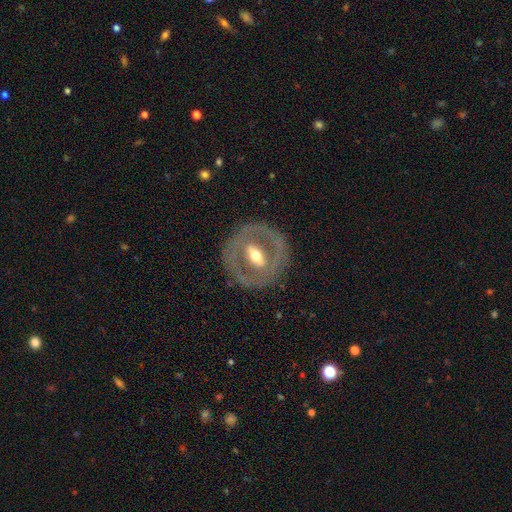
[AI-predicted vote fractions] smooth-or-featured: featured or disk: 72% | smooth: 22% | star or artifact: 6%
  disk-edge-on: no: 88% | yes: 12%
    bar: strong: 50% | weak: 29% | no: 21%
    has-spiral-arms: no: 77% | yes: 23%
    bulge-size: moderate: 69% | small: 21% | large: 8% | dominant: 1% | none: 1%
  merging: none: 80% | minor disturbance: 11% | major disturbance: 7% | merger: 1%